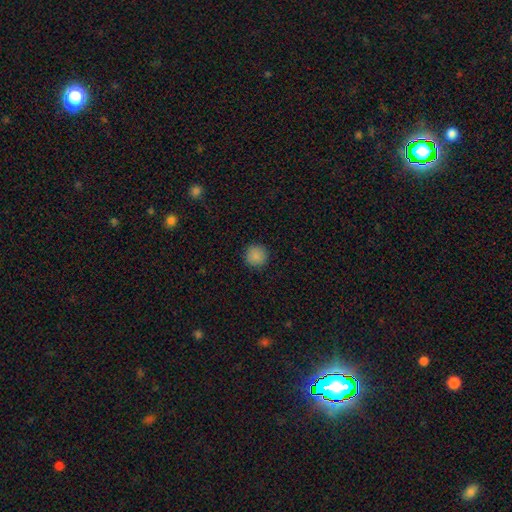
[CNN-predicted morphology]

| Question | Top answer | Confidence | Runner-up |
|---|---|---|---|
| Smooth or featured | smooth | 88% | star or artifact (9%) |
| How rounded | round | 95% | in between (4%) |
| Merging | none | 91% | minor disturbance (6%) |